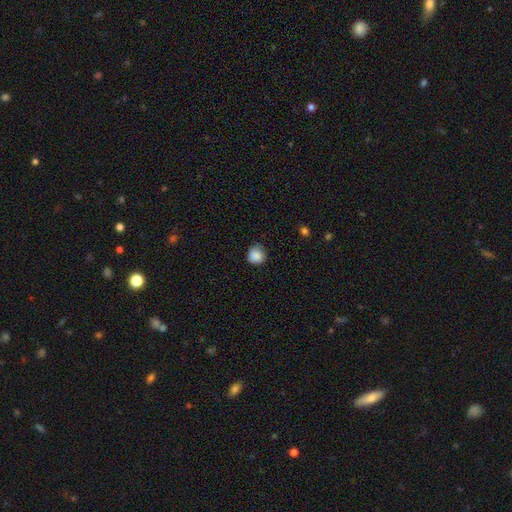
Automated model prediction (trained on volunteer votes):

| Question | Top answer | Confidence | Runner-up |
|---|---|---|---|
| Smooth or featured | smooth | 87% | star or artifact (9%) |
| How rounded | round | 90% | in between (9%) |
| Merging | none | 76% | minor disturbance (19%) |